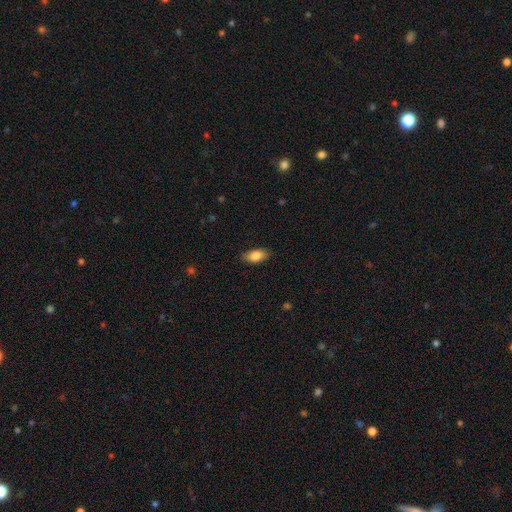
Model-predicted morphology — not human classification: Smooth or featured?
  - smooth: 84% *
  - featured or disk: 10%
  - star or artifact: 6%
How rounded?
  - in between: 89% *
  - cigar-shaped: 8%
  - round: 3%
Merging?
  - none: 86% *
  - minor disturbance: 11%
  - major disturbance: 2%
  - merger: 1%